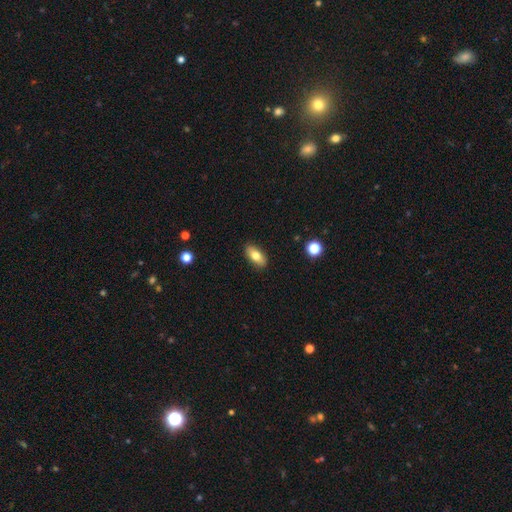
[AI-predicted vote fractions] Q: Smooth or featured?
A: smooth (76%); runner-up: featured or disk (17%)
Q: How rounded?
A: in between (85%); runner-up: cigar-shaped (11%)
Q: Merging?
A: none (89%); runner-up: minor disturbance (8%)